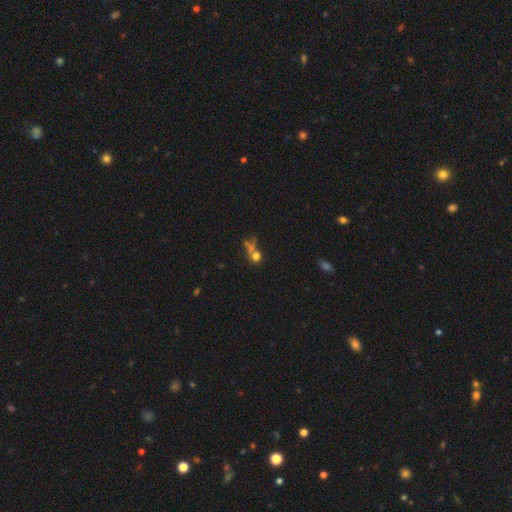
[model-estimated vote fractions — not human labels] Smooth or featured?
  - smooth: 59% *
  - star or artifact: 25%
  - featured or disk: 16%
How rounded?
  - round: 80% *
  - in between: 18%
  - cigar-shaped: 2%
Merging?
  - none: 44% *
  - merger: 37%
  - major disturbance: 9%
  - minor disturbance: 9%